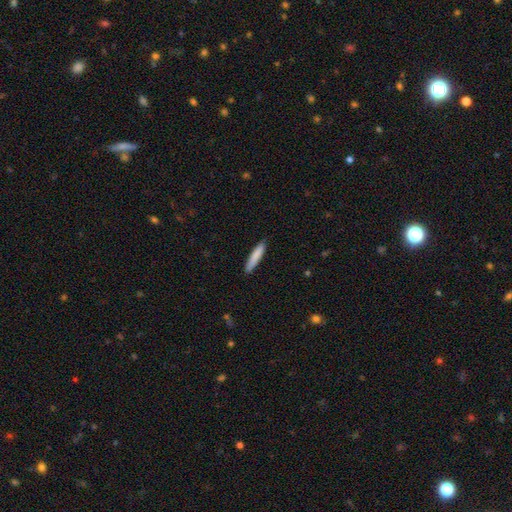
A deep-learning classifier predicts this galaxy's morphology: smooth-or-featured: smooth: 83% | featured or disk: 11% | star or artifact: 6%
  how-rounded: cigar-shaped: 90% | in between: 9% | round: 1%
  merging: none: 87% | minor disturbance: 10% | major disturbance: 2% | merger: 1%